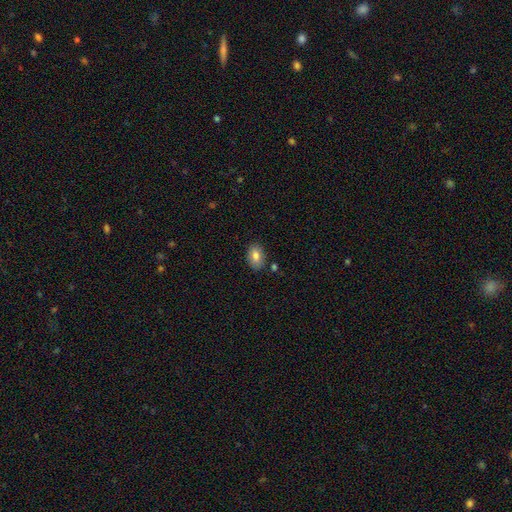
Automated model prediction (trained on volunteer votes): smooth-or-featured: smooth: 81% | featured or disk: 11% | star or artifact: 8%
  how-rounded: in between: 85% | round: 14% | cigar-shaped: 1%
  merging: none: 83% | minor disturbance: 11% | merger: 3% | major disturbance: 2%